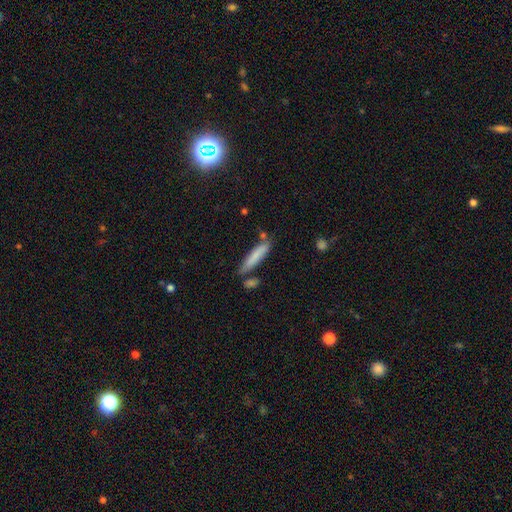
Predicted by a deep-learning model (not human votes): This is likely a smooth galaxy (78%). How rounded: clearly cigar-shaped (86%). Merging: likely none (73%).